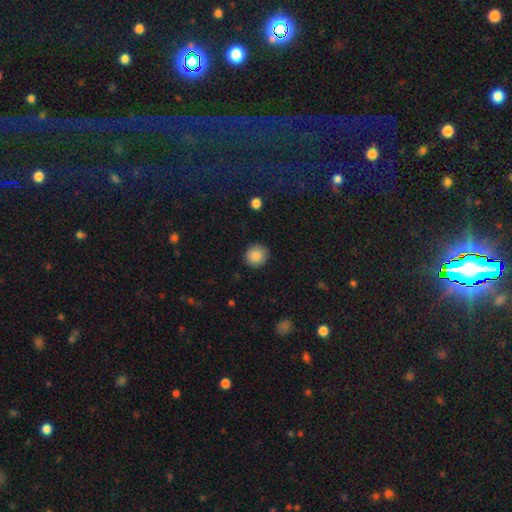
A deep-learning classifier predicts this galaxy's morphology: Overall: smooth (87%). How rounded: round (91%). Merging: none (90%).